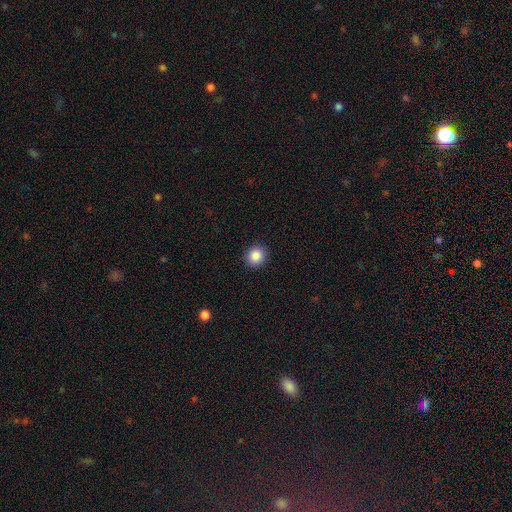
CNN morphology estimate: smooth_or_featured: smooth (p=0.87) [alt: star or artifact p=0.09]
how_rounded: round (p=0.86) [alt: in between p=0.13]
merging: none (p=0.91) [alt: minor disturbance p=0.06]